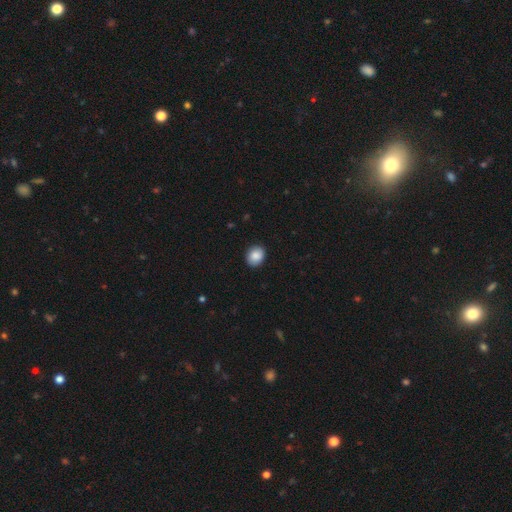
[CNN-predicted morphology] Overall: smooth (88%). How rounded: round (56%; in between 43%). Merging: none (90%).